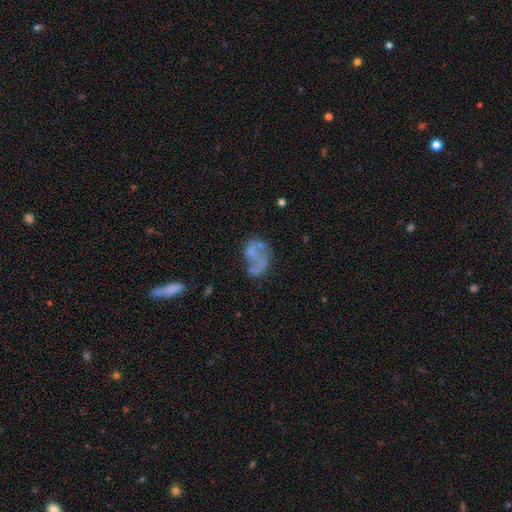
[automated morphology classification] Q: Smooth or featured?
A: featured or disk (53%); runner-up: smooth (34%)
Q: Edge-on disk?
A: no (97%); runner-up: yes (3%)
Q: Bar?
A: no (86%); runner-up: weak (11%)
Q: Spiral arms?
A: no (72%); runner-up: yes (28%)
Q: Bulge size?
A: none (67%); runner-up: small (17%)
Q: Merging?
A: none (34%); runner-up: major disturbance (27%)